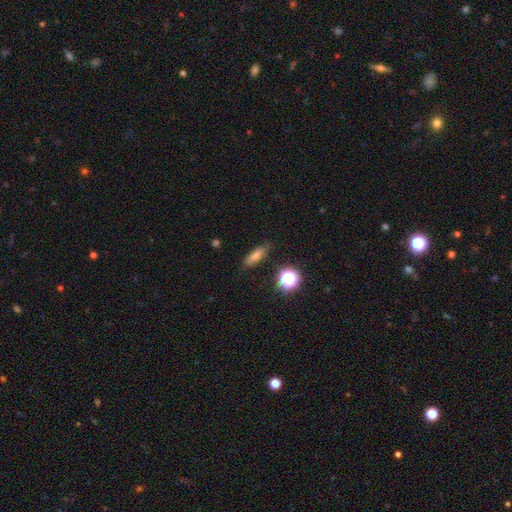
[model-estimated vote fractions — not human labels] A smooth galaxy with no disk features (65%) that is cigar-shaped (46%). Merging: none (83%).